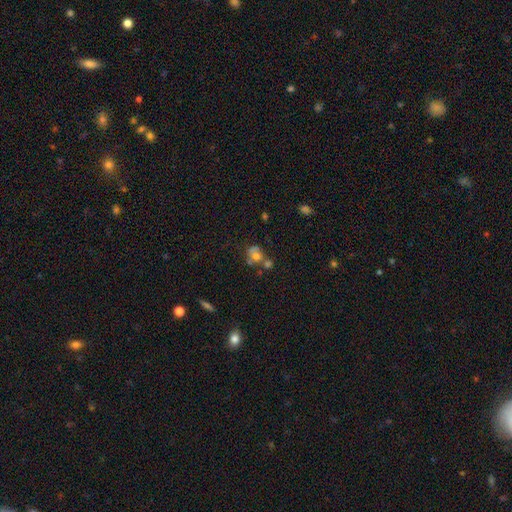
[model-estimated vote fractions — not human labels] A smooth galaxy with no disk features (50%) that is round (60%).

Vote fractions:
- Smooth or featured? smooth: 50% / featured or disk: 35% / star or artifact: 15%
- How rounded? round: 60% / in between: 38% / cigar-shaped: 1%
- Merging? merger: 40% / none: 32% / minor disturbance: 16% / major disturbance: 13%